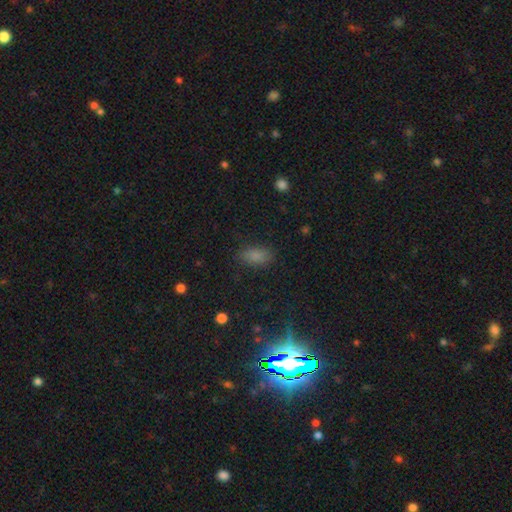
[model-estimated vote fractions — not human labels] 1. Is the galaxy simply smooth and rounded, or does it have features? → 80% smooth, 14% star or artifact, 6% featured or disk.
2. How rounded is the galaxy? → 90% in between, 5% round, 5% cigar-shaped.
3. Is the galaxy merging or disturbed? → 82% none, 13% minor disturbance, 4% major disturbance, 1% merger.